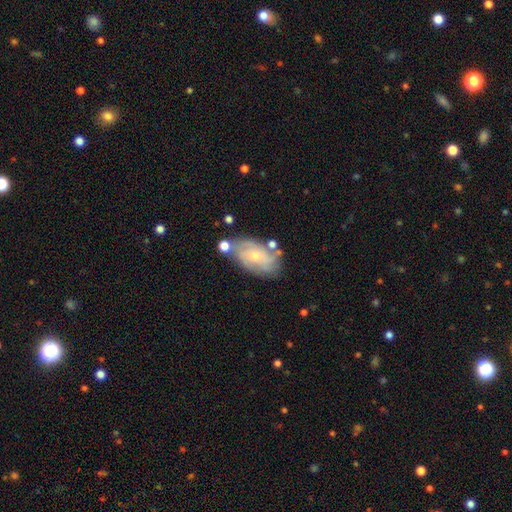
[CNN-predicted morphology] Smooth or featured? Predicted: featured or disk (p=0.70). Edge-on disk? Predicted: no (p=0.95). Bar? Predicted: no (p=0.71). Spiral arms? Predicted: yes (p=0.87). Spiral winding? Predicted: tight (p=0.52). Spiral arm count? Predicted: can't tell (p=0.41). Bulge size? Predicted: small (p=0.68). Merging? Predicted: none (p=0.62).